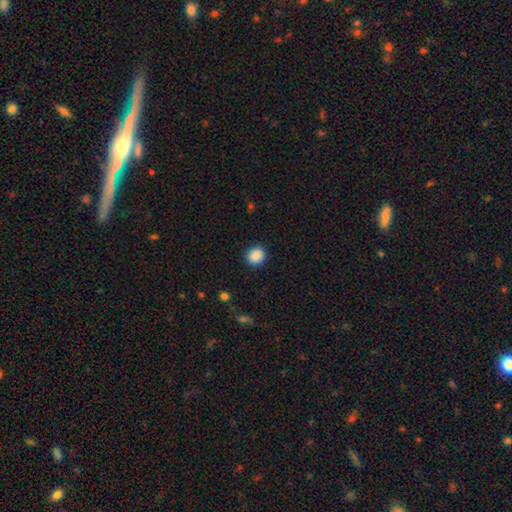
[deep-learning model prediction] This appears to be a smooth galaxy with no disk features (89%) that is round (76%). Merging: none (88%).